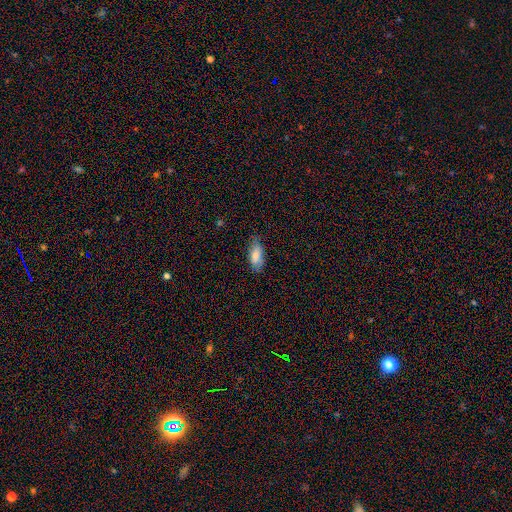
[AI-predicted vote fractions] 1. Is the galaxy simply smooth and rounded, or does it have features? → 79% smooth, 13% featured or disk, 7% star or artifact.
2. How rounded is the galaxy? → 85% in between, 13% cigar-shaped, 2% round.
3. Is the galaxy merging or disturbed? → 71% none, 23% minor disturbance, 5% major disturbance, 1% merger.